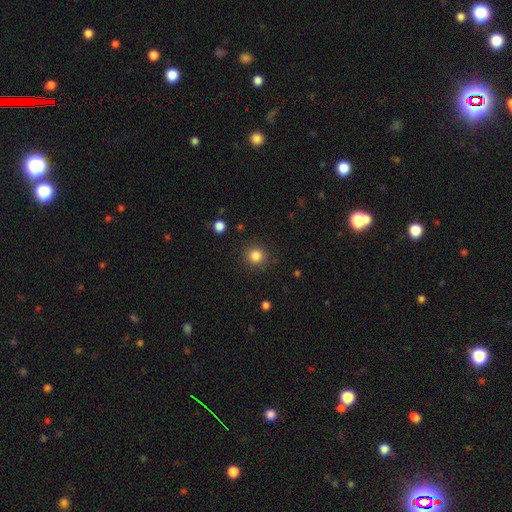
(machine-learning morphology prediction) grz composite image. It shows a smooth galaxy with no disk features (84%) that is round (92%). Merging: none (89%).